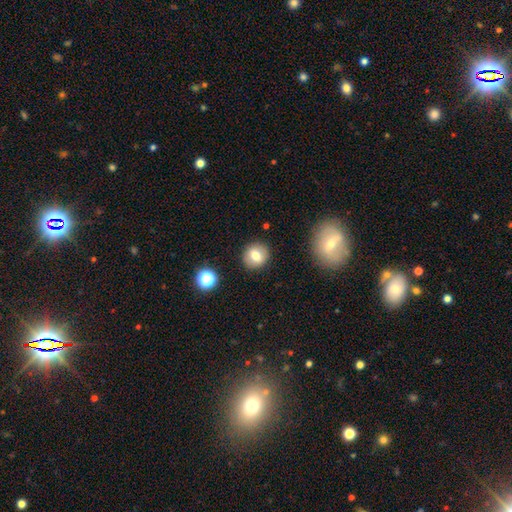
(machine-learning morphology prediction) smooth_or_featured: smooth (p=0.75) [alt: featured or disk p=0.15]
how_rounded: round (p=0.83) [alt: in between p=0.16]
merging: none (p=0.88) [alt: minor disturbance p=0.08]